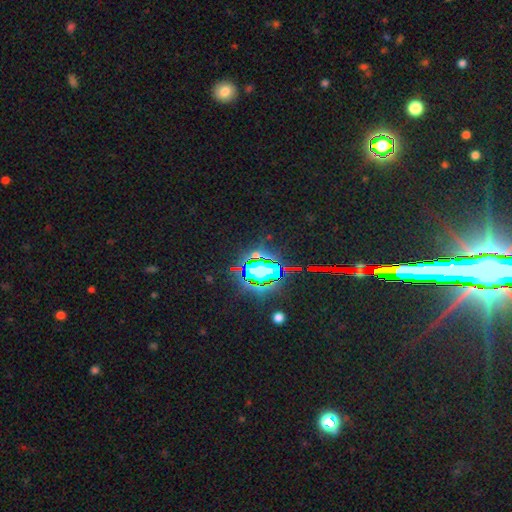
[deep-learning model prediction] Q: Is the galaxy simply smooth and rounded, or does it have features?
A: star or artifact — 75%.